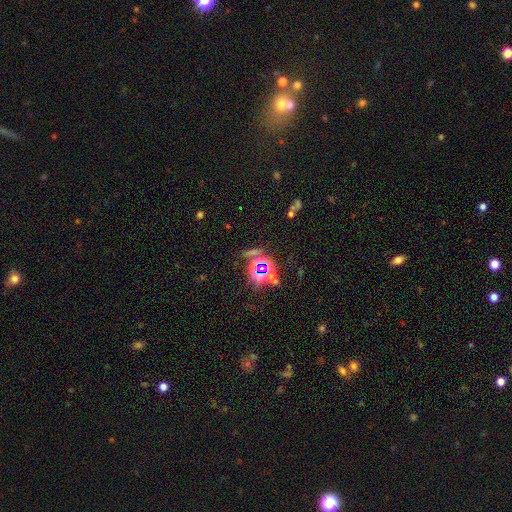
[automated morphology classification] smooth-or-featured: star or artifact: 77% | smooth: 13% | featured or disk: 10%